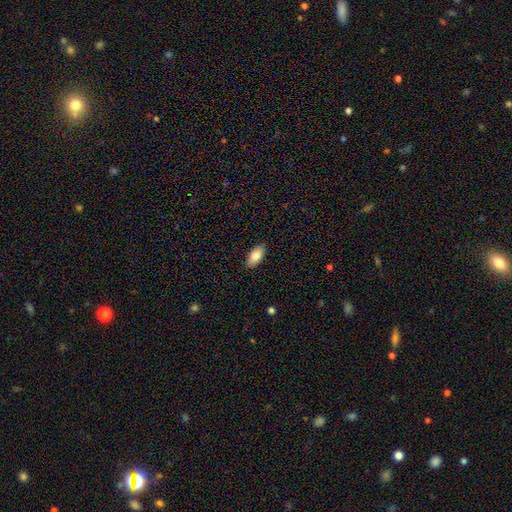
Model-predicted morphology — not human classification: smooth 81%, featured or disk 13%, star or artifact 7%. Down the decision tree: how rounded — in between (90%); merging — none (87%).